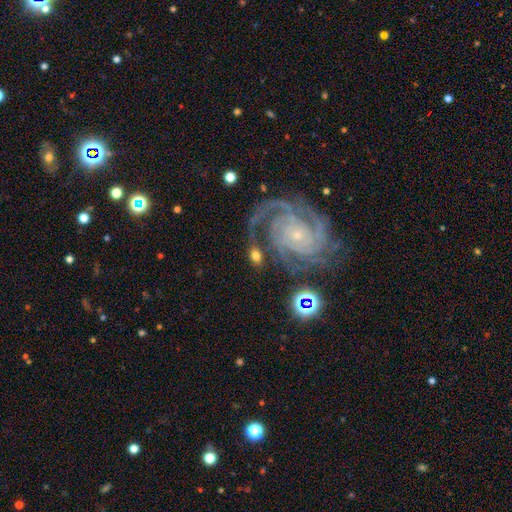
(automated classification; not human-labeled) This appears to be a featured or disk galaxy (65%) with no bar (70%), 2 (51%) tight (61%) spiral arms (93%) and a small central bulge (70%). Merging: none (65%).